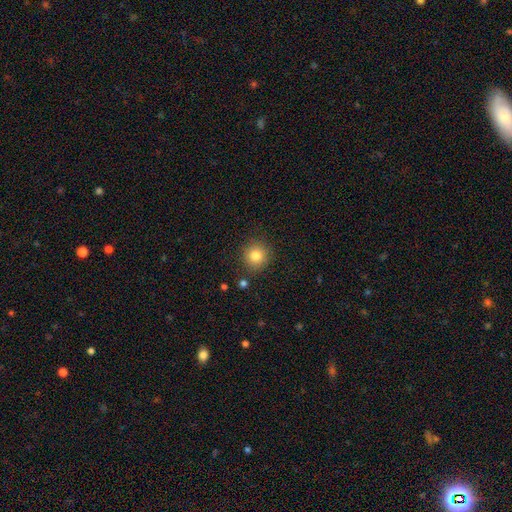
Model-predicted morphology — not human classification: This is clearly a smooth galaxy (82%). How rounded: clearly round (92%). Merging: clearly none (87%).